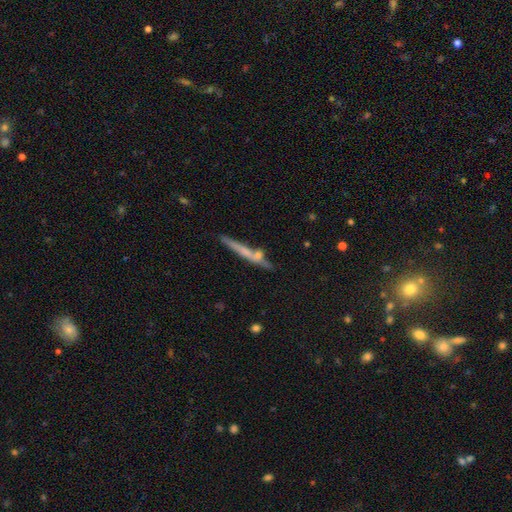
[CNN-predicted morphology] This appears to be a featured or disk galaxy (48%). Merging: none (66%).